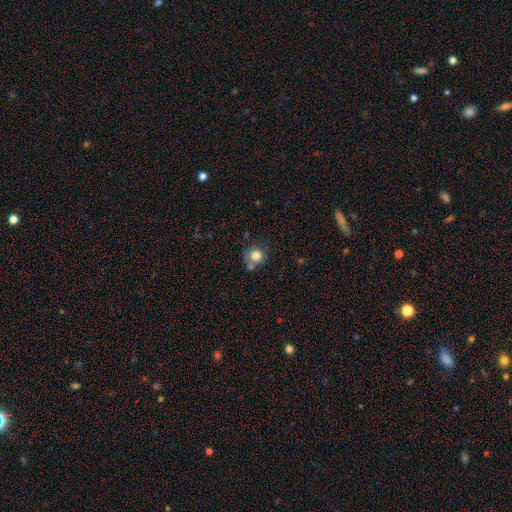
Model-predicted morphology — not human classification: smooth-or-featured: smooth: 79% | star or artifact: 11% | featured or disk: 10%
  how-rounded: round: 85% | in between: 14% | cigar-shaped: 1%
  merging: none: 54% | merger: 21% | minor disturbance: 17% | major disturbance: 7%